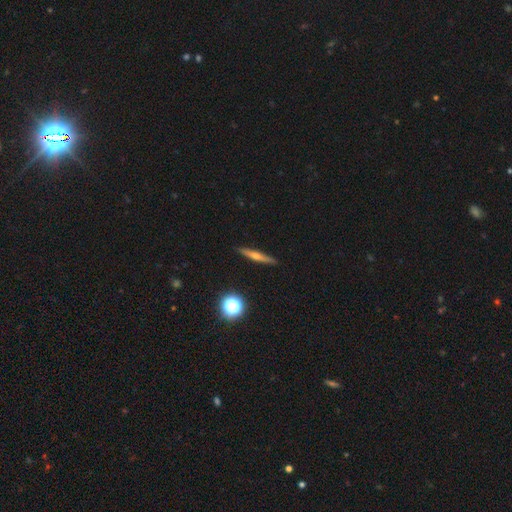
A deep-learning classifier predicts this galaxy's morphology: Smooth or featured: featured or disk — 55% (smooth — 35%)
Edge-on disk: yes — 96% (no — 4%)
Edge-on bulge: rounded — 79% (none — 16%)
Merging: none — 90% (minor disturbance — 7%)